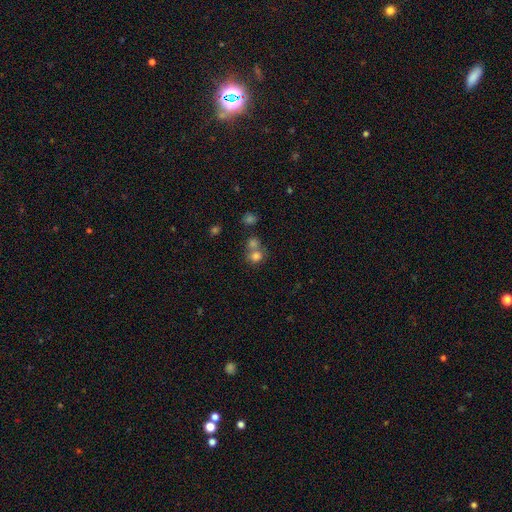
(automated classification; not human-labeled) A smooth galaxy with no disk features (77%) that is round (75%).

Vote fractions:
- Smooth or featured? smooth: 77% / star or artifact: 13% / featured or disk: 10%
- How rounded? round: 75% / in between: 24% / cigar-shaped: 1%
- Merging? merger: 45% / none: 43% / minor disturbance: 8% / major disturbance: 4%